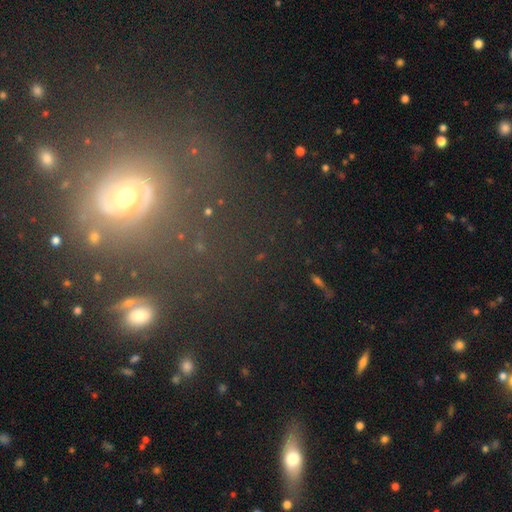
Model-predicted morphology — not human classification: featured or disk 37%, star or artifact 34%, smooth 29%. Down the decision tree: merging — none (64%).